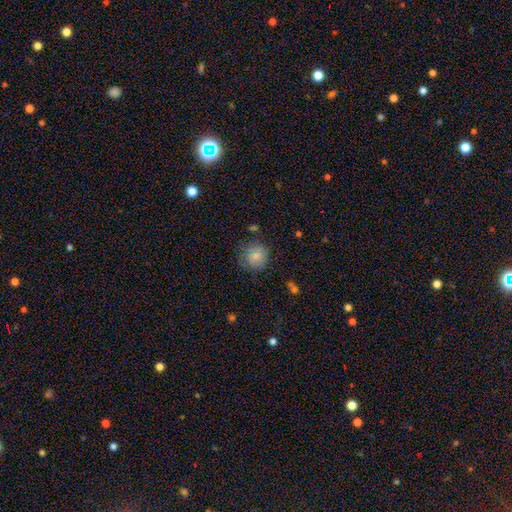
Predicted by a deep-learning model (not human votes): A smooth galaxy with no disk features (78%) that is round (88%). Merging: none (75%).